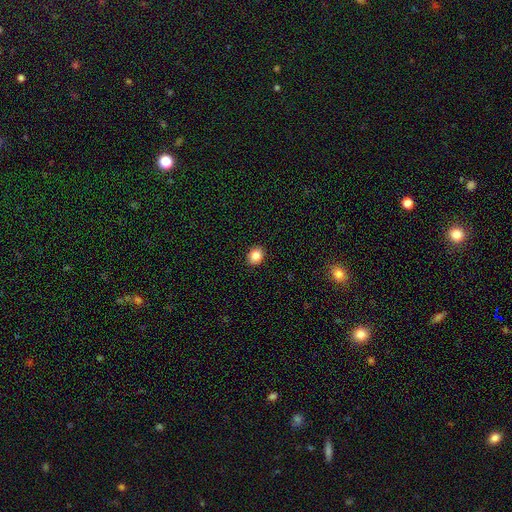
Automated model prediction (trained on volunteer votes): A smooth galaxy with no disk features (85%) that is round (62%).

Vote fractions:
- Smooth or featured? smooth: 85% / star or artifact: 10% / featured or disk: 5%
- How rounded? round: 62% / in between: 37% / cigar-shaped: 1%
- Merging? none: 92% / minor disturbance: 6% / major disturbance: 2% / merger: 1%